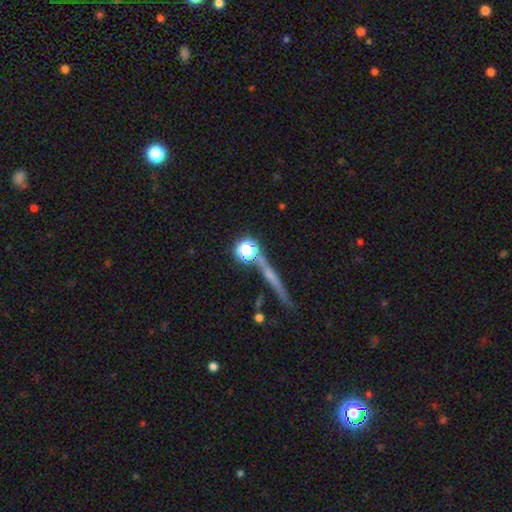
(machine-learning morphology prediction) Smooth or featured: star or artifact — 46% (smooth — 28%)